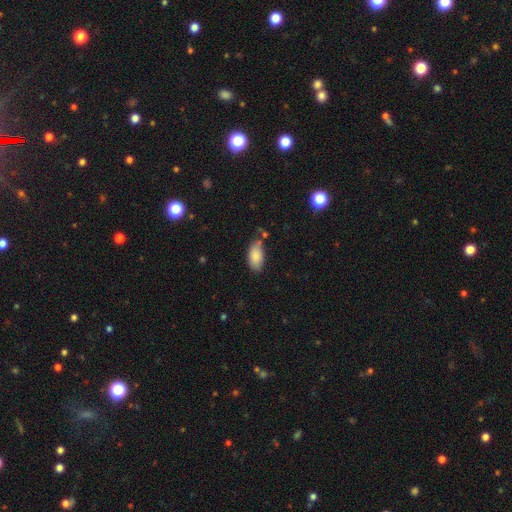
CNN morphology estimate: smooth-or-featured: smooth: 86% | star or artifact: 7% | featured or disk: 7%
  how-rounded: in between: 93% | cigar-shaped: 4% | round: 3%
  merging: none: 66% | minor disturbance: 23% | merger: 6% | major disturbance: 5%